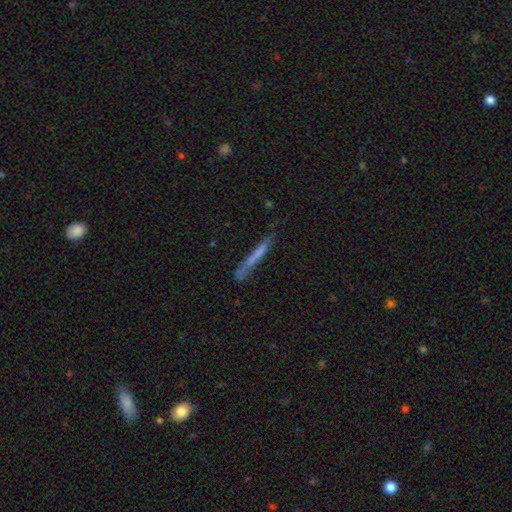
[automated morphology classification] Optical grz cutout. It shows a smooth galaxy with no disk features (47%). Merging: none (66%).